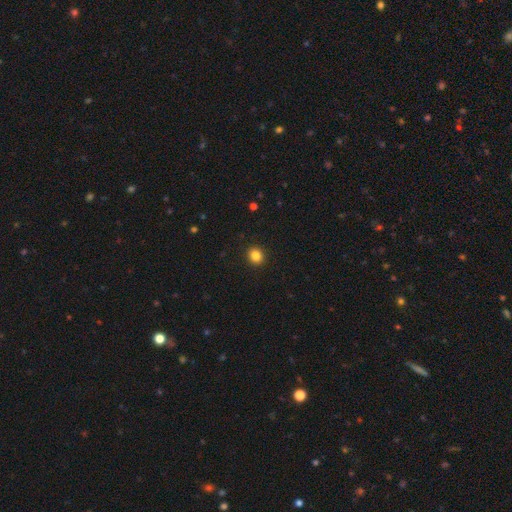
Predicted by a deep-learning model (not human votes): A smooth galaxy with no disk features (84%) that is round (81%). Merging: none (93%).